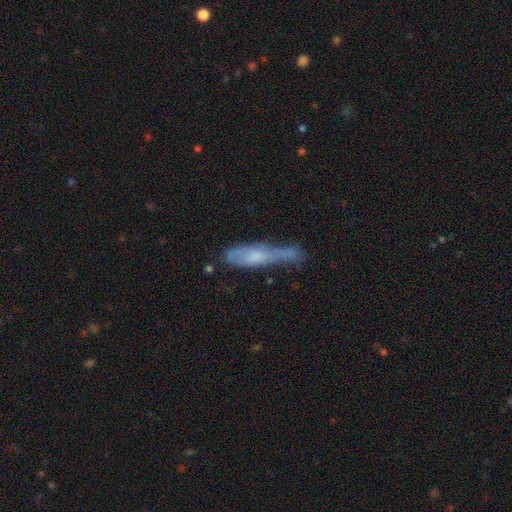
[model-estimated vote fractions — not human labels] The model was most divided on "smooth or featured": smooth: 48%, featured or disk: 43%, star or artifact: 9%. Remaining: merging — none (44%).